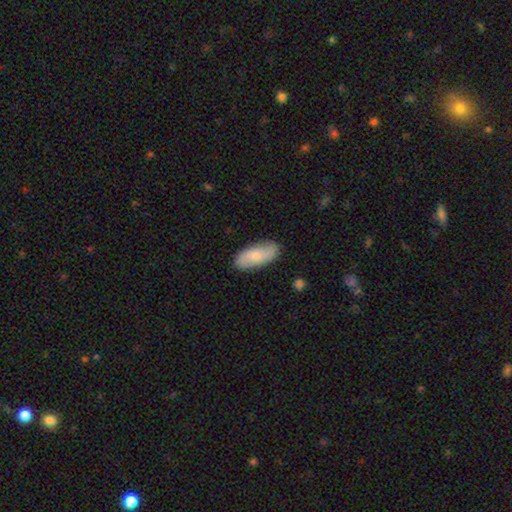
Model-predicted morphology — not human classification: This appears to be a smooth galaxy with no disk features (64%) that is in between round and cigar-shaped (86%). Merging: none (84%).